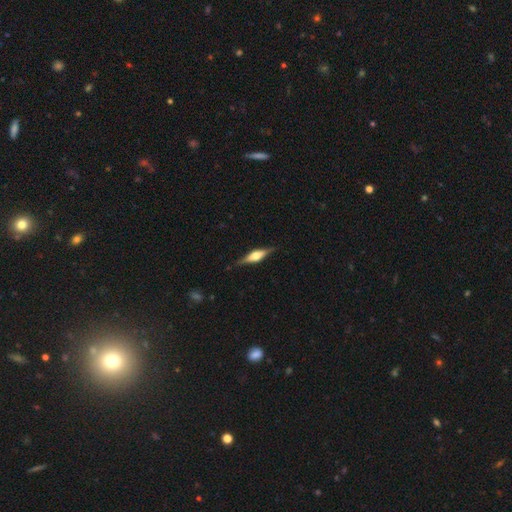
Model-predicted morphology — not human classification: The model was most divided on "smooth or featured": featured or disk: 71%, smooth: 23%, star or artifact: 6%. More confident: edge-on disk — yes (97%); merging — none (86%); edge-on bulge — rounded (85%).